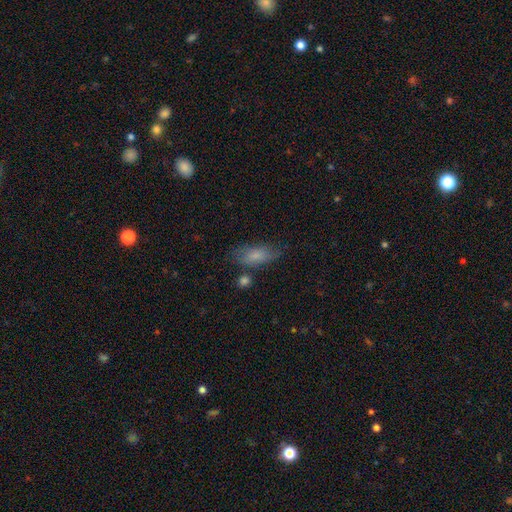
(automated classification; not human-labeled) smooth 75%, featured or disk 17%, star or artifact 8%. Down the decision tree: how rounded — in between (78%); merging — none (65%).